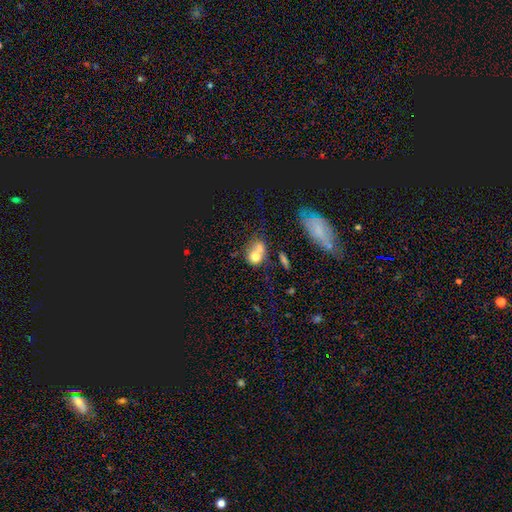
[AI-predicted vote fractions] Smooth or featured: smooth — 69% (featured or disk — 21%)
How rounded: round — 56% (in between — 42%)
Merging: merger — 58% (none — 26%)